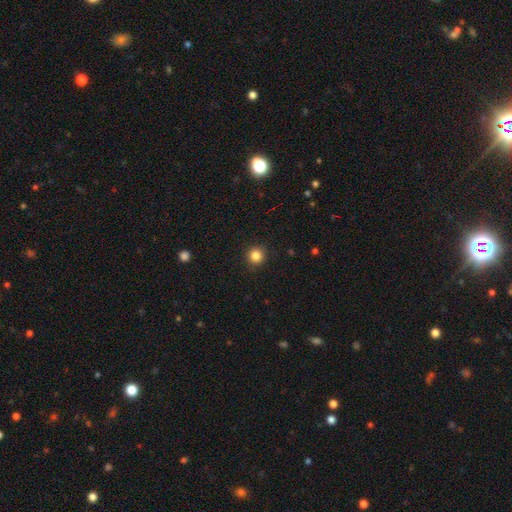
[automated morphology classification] Overall: smooth (84%). How rounded: round (94%). Merging: none (91%).